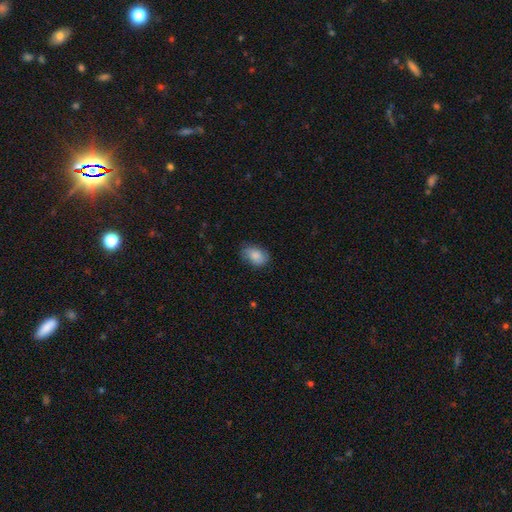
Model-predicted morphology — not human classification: This is clearly a smooth galaxy (84%). How rounded: clearly in between (84%). Merging: likely none (75%).